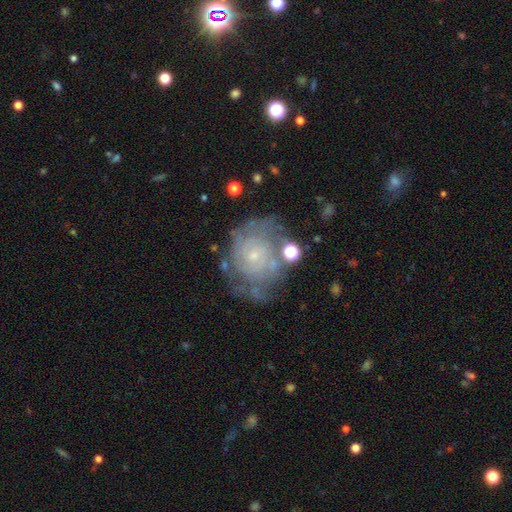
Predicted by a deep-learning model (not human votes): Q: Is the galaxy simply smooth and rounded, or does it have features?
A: featured or disk — 72%.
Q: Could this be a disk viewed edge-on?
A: no — 98%.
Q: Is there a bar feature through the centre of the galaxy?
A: no — 79%.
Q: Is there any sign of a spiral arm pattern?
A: yes — 80%.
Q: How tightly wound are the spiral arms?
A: tight — 67%.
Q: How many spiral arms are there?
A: can't tell — 55%.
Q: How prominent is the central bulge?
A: small — 79%.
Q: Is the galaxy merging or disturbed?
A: none — 56%.